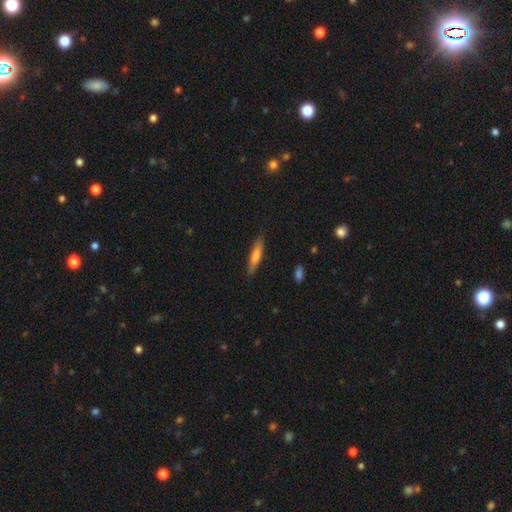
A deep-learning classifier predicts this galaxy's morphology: The model was most divided on "smooth or featured": smooth: 67%, featured or disk: 27%, star or artifact: 6%. More confident: merging — none (87%); how rounded — cigar-shaped (87%).